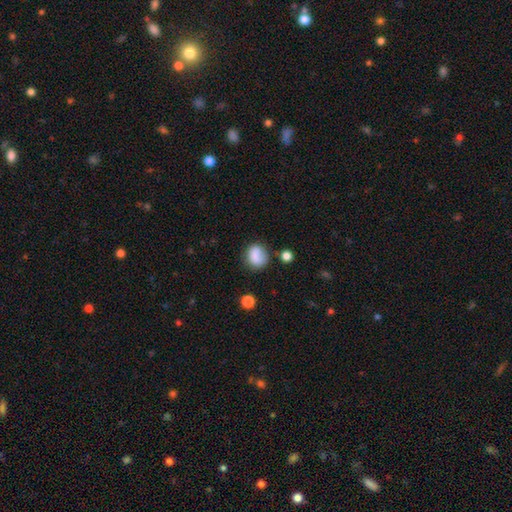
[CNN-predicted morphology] This is clearly a smooth galaxy (82%). How rounded: likely round (65%). Merging: likely none (64%).